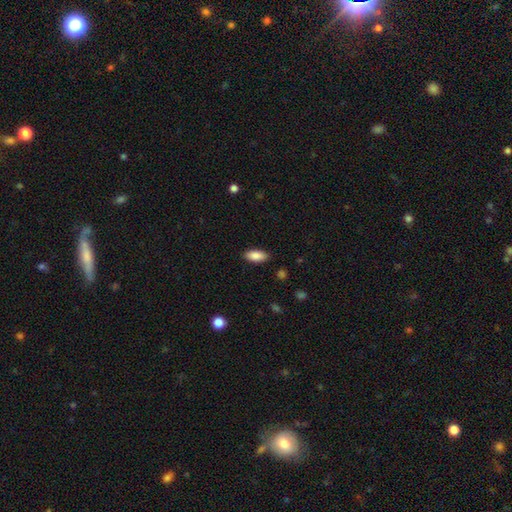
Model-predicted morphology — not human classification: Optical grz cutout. It shows a smooth galaxy with no disk features (88%) that is in between round and cigar-shaped (87%). Merging: none (87%).